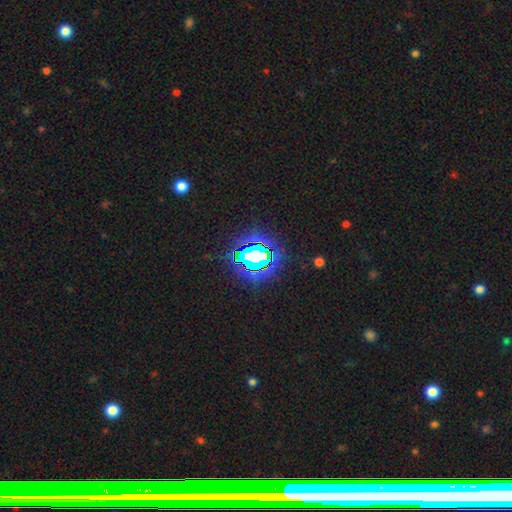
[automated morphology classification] Smooth or featured? star or artifact (73%)